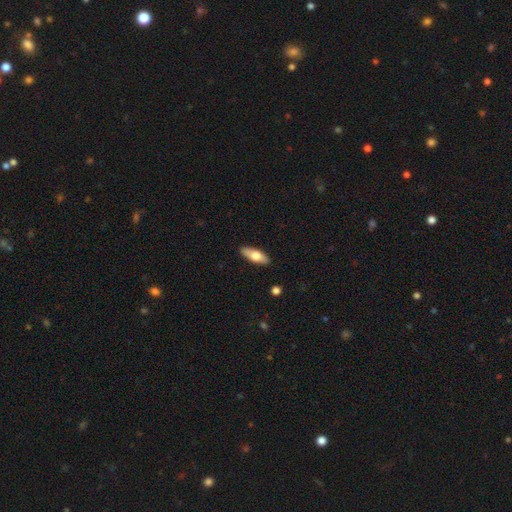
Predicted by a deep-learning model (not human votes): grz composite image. It shows a smooth galaxy with no disk features (62%) that is in between round and cigar-shaped (68%). Merging: none (89%).